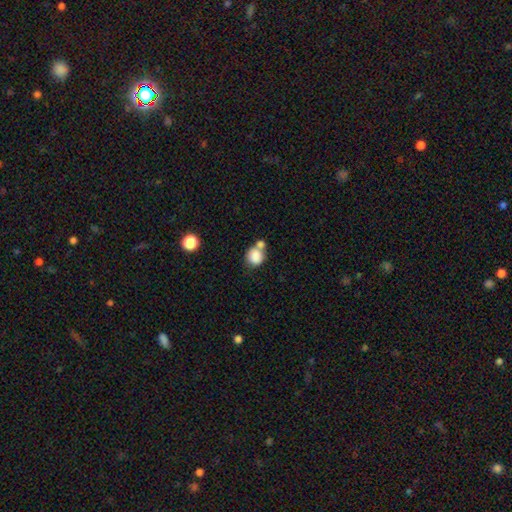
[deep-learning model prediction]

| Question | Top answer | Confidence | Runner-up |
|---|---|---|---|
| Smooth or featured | smooth | 84% | star or artifact (9%) |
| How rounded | round | 80% | in between (19%) |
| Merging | none | 43% | merger (41%) |